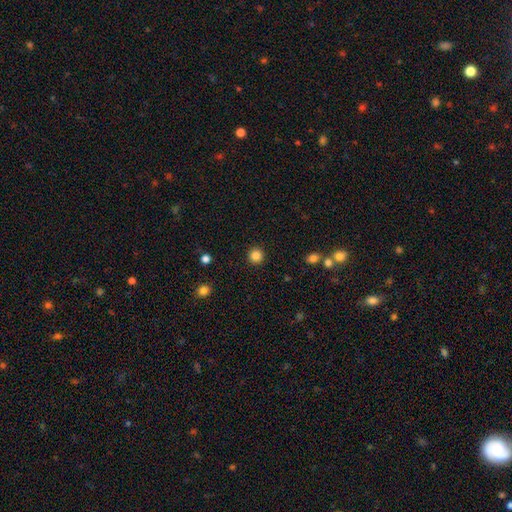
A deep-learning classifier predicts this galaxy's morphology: Smooth or featured: smooth — 85% (star or artifact — 11%)
How rounded: round — 95% (in between — 4%)
Merging: none — 93% (minor disturbance — 5%)